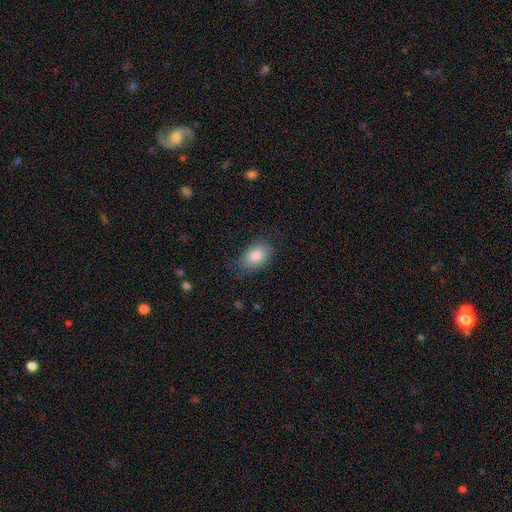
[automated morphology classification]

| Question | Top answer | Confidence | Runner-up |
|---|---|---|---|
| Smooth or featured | smooth | 82% | featured or disk (11%) |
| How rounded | in between | 89% | round (10%) |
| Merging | none | 74% | minor disturbance (19%) |